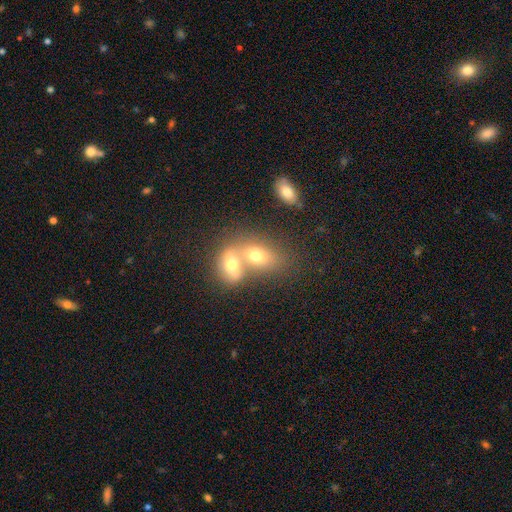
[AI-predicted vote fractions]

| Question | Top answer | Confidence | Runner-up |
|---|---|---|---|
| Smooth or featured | smooth | 65% | featured or disk (25%) |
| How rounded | in between | 74% | round (22%) |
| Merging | merger | 69% | none (22%) |